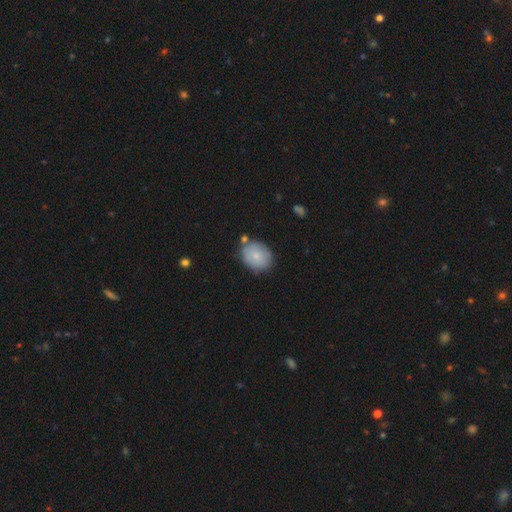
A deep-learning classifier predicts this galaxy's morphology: smooth-or-featured: smooth: 79% | featured or disk: 14% | star or artifact: 7%
  how-rounded: round: 59% | in between: 40% | cigar-shaped: 1%
  merging: none: 76% | minor disturbance: 15% | merger: 6% | major disturbance: 3%